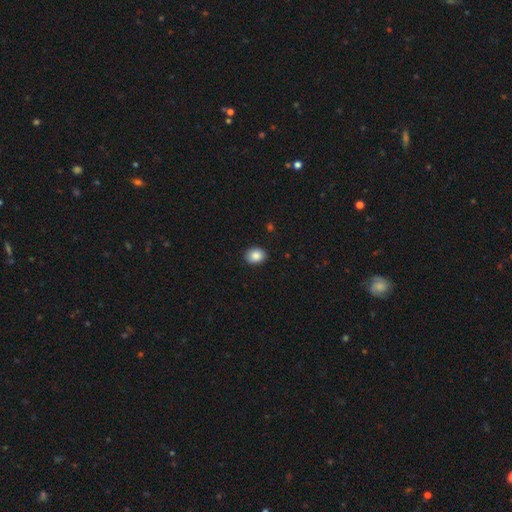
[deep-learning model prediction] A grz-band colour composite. It shows a smooth galaxy with no disk features (87%) that is in between round and cigar-shaped (52%). Merging: none (90%).